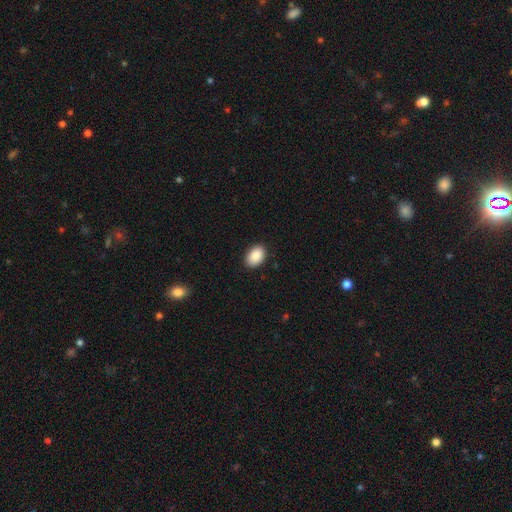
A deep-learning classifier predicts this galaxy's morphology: The model was most divided on "how rounded": in between: 85%, round: 14%, cigar-shaped: 1%. More confident: smooth or featured — smooth (89%); merging — none (89%).